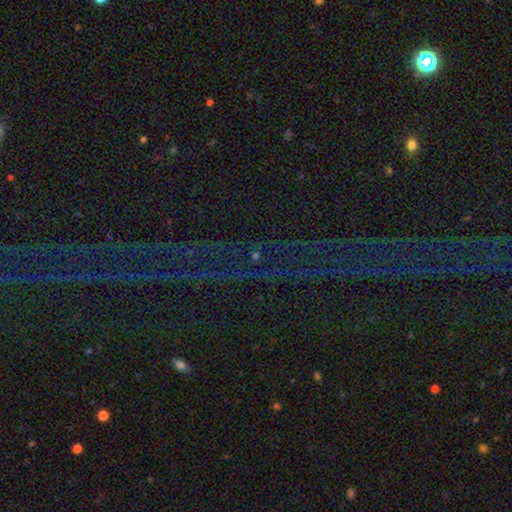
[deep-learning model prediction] Morphology: type=star or artifact (77%).